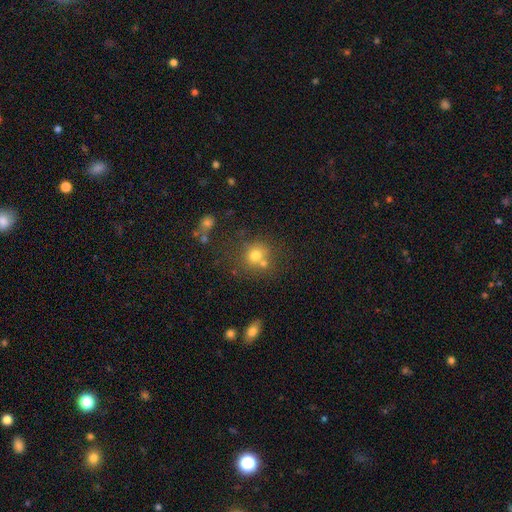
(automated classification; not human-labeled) Smooth or featured: smooth — 71% (star or artifact — 15%)
How rounded: round — 84% (in between — 15%)
Merging: none — 59% (merger — 25%)